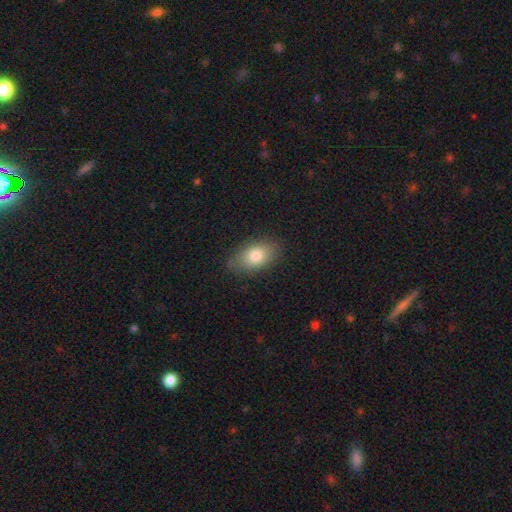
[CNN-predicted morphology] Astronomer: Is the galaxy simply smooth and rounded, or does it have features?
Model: smooth — 80%.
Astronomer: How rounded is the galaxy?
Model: in between — 90%.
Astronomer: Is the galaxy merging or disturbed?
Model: none — 80%.